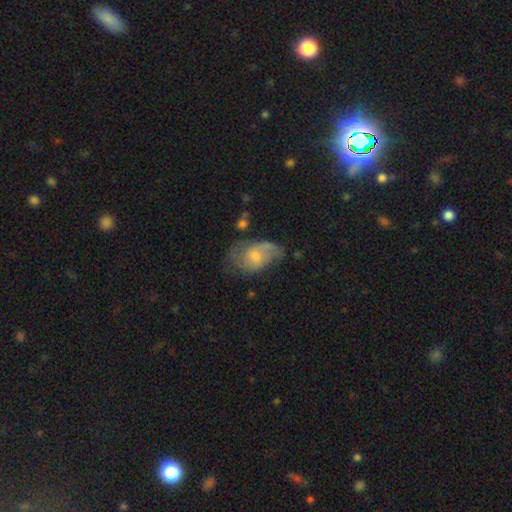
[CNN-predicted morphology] Overall: featured or disk (58%; smooth 34%). Edge-on disk: no (96%). Bar: no (63%; weak 32%). Spiral arms: yes (80%). Bulge size: small (46%; moderate 42%). Merging: none (46%; minor disturbance 29%).